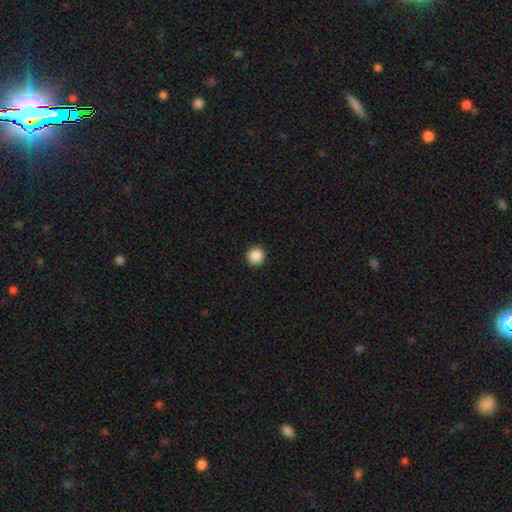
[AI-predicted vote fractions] smooth 89%, star or artifact 9%, featured or disk 3%. Down the decision tree: how rounded — round (94%); merging — none (92%).